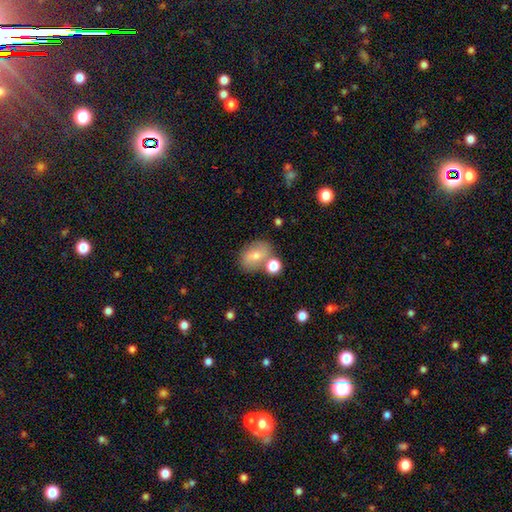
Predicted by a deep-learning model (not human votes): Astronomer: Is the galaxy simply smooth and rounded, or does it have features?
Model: smooth — 68%.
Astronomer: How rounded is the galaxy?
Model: in between — 68%.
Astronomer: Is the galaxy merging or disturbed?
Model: none — 59%.